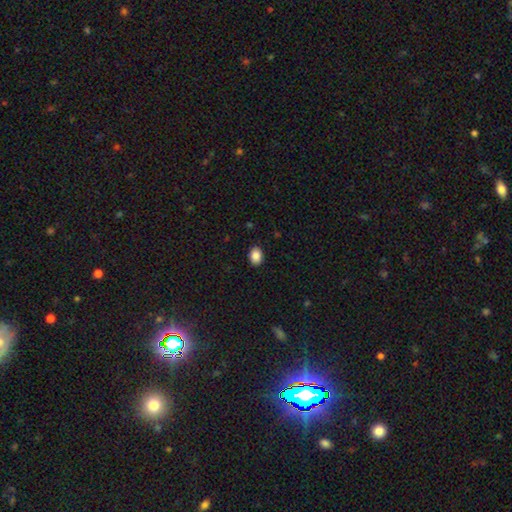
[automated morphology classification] Smooth or featured?
  - smooth: 88% *
  - star or artifact: 8%
  - featured or disk: 4%
How rounded?
  - in between: 72% *
  - round: 27%
  - cigar-shaped: 1%
Merging?
  - none: 90% *
  - minor disturbance: 8%
  - major disturbance: 2%
  - merger: 1%